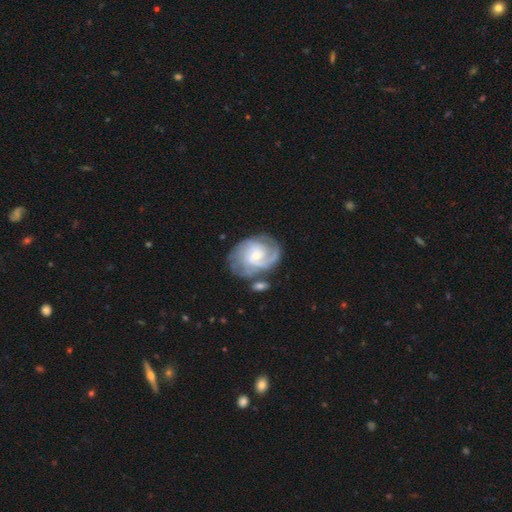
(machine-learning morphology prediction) This is clearly a featured or disk galaxy (83%). It is clearly not viewed edge-on (98%). Bar: possibly no (57%). Spiral arm pattern: clearly yes (95%). Spiral arm count: marginally 2 (35%). Spiral winding: possibly tight (52%). Central bulge: possibly small (59%). Merging: possibly none (60%).